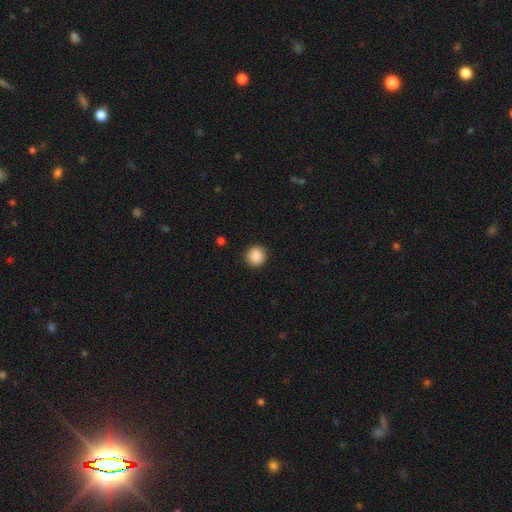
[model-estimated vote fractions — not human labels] A smooth galaxy with no disk features (87%) that is round (91%). Merging: none (91%).